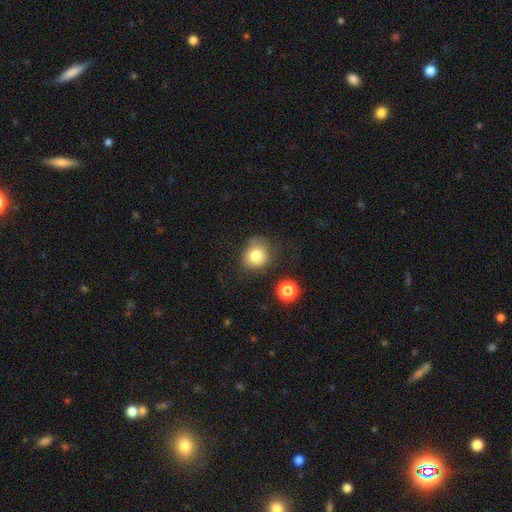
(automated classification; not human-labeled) Morphology: type=smooth (79%); roundness=round (78%); merging=none (64%).